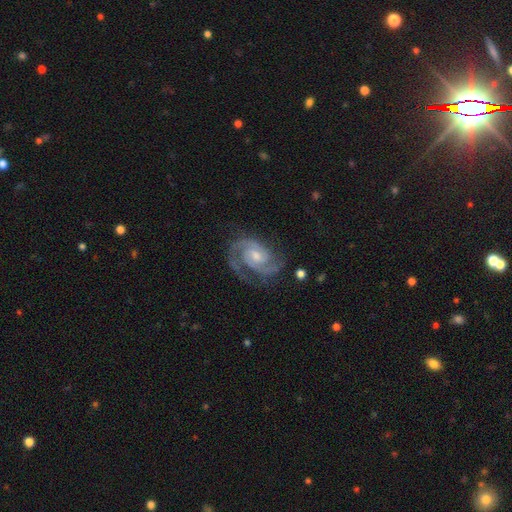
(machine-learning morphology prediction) This is clearly a featured or disk galaxy (92%). It is clearly not viewed edge-on (98%). Bar: possibly no (53%). Spiral arm pattern: clearly yes (99%). Spiral arm count: likely 2 (78%). Spiral winding: possibly tight (51%). Central bulge: possibly moderate (48%). Merging: likely none (74%).